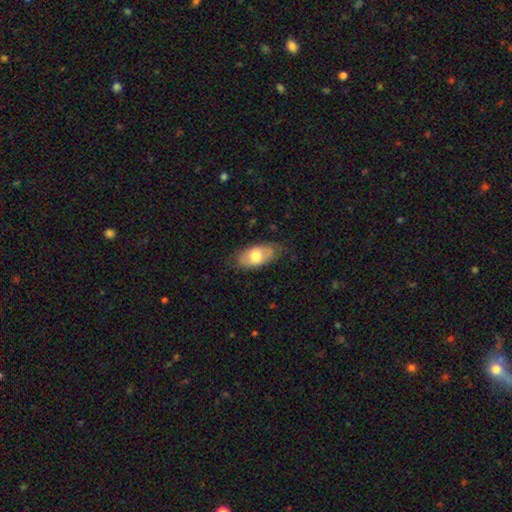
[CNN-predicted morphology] Smooth or featured: smooth — 66% (featured or disk — 28%)
How rounded: in between — 91% (cigar-shaped — 5%)
Merging: none — 73% (minor disturbance — 21%)